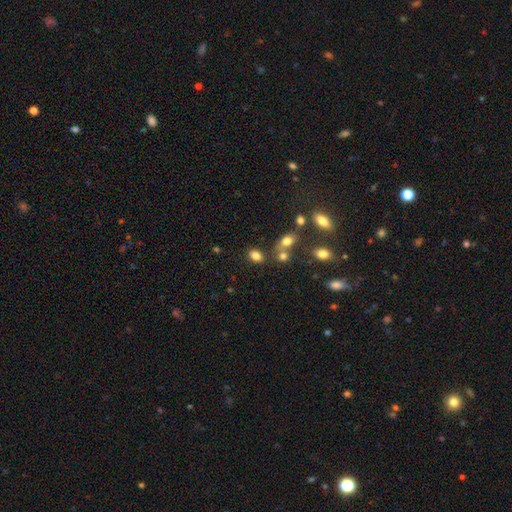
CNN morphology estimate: This is clearly a smooth galaxy (80%). How rounded: likely in between (77%). Merging: likely none (69%).